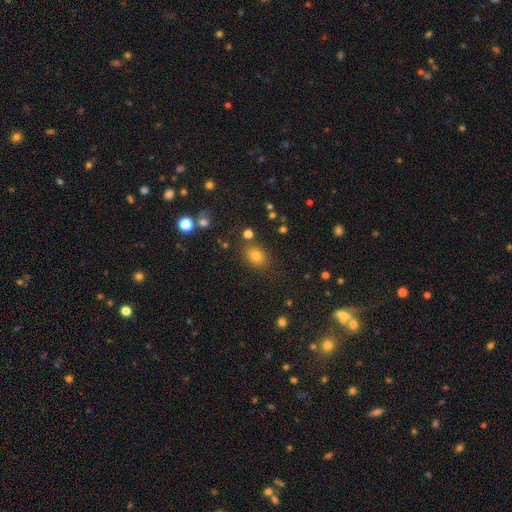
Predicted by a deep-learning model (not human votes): Smooth or featured?
  - smooth: 77% *
  - star or artifact: 16%
  - featured or disk: 7%
How rounded?
  - in between: 63% *
  - round: 36%
  - cigar-shaped: 1%
Merging?
  - none: 80% *
  - minor disturbance: 11%
  - merger: 5%
  - major disturbance: 4%